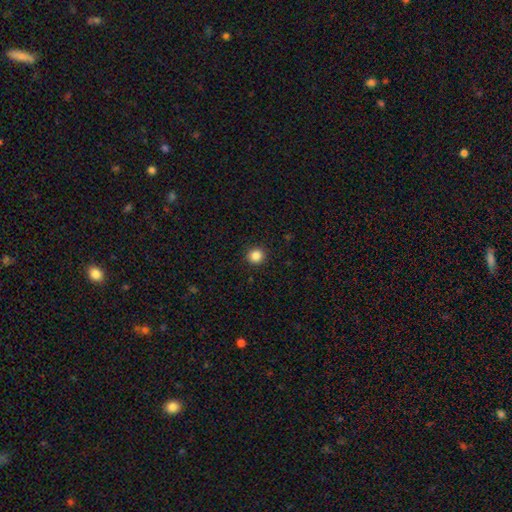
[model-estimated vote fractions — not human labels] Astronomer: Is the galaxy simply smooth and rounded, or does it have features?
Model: smooth — 86%.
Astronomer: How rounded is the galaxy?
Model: round — 90%.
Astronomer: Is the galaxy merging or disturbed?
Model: none — 92%.